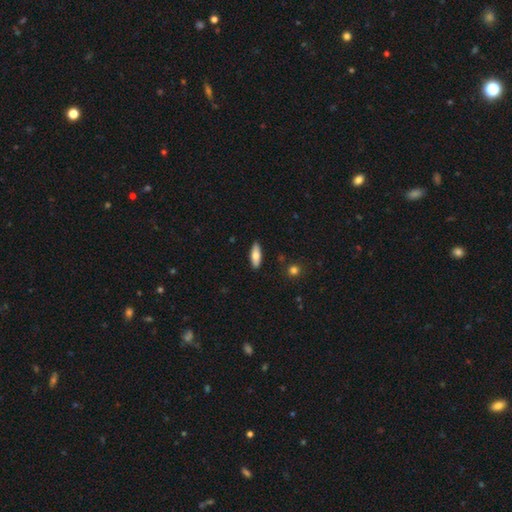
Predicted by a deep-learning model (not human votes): Smooth or featured: smooth — 73% (featured or disk — 21%)
How rounded: in between — 61% (cigar-shaped — 37%)
Merging: none — 88% (minor disturbance — 9%)